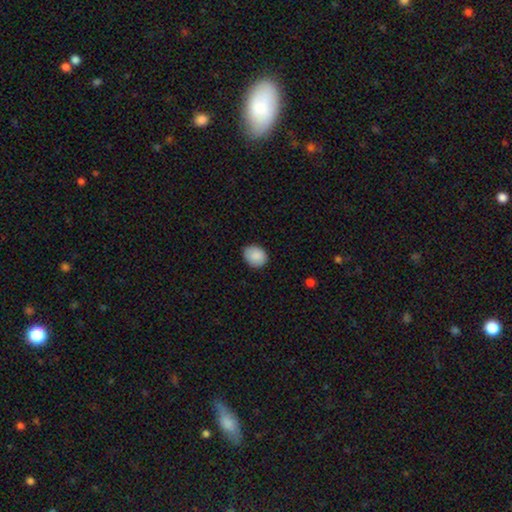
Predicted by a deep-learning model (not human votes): The model was most divided on "how rounded": round: 56%, in between: 43%, cigar-shaped: 1%. More confident: smooth or featured — smooth (89%); merging — none (84%).